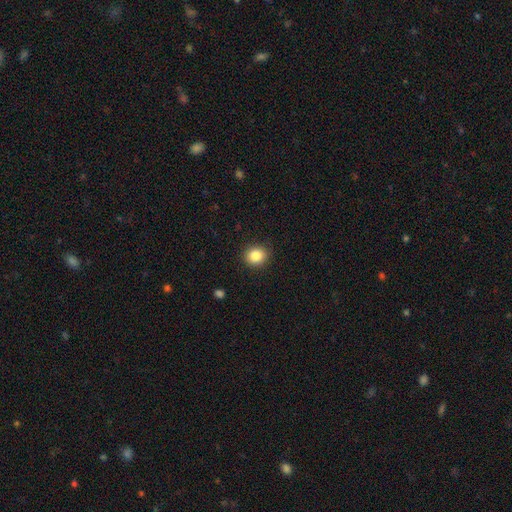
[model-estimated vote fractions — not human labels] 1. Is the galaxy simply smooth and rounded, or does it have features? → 85% smooth, 10% star or artifact, 5% featured or disk.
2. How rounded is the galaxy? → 77% round, 23% in between, 1% cigar-shaped.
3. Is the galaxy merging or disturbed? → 90% none, 7% minor disturbance, 2% major disturbance, 1% merger.